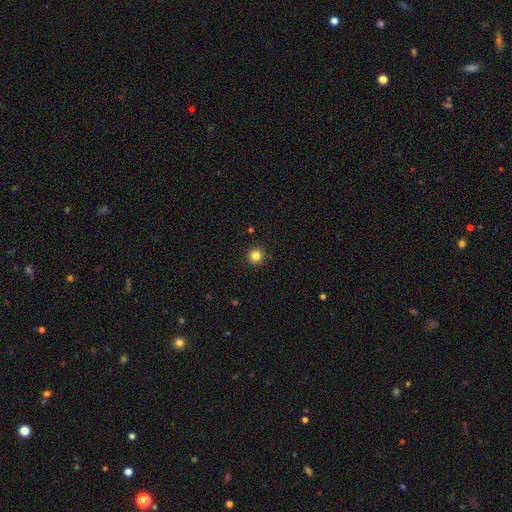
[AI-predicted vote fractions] smooth-or-featured: smooth: 83% | star or artifact: 12% | featured or disk: 4%
  how-rounded: round: 96% | in between: 3% | cigar-shaped: 1%
  merging: none: 93% | minor disturbance: 5% | major disturbance: 2% | merger: 1%